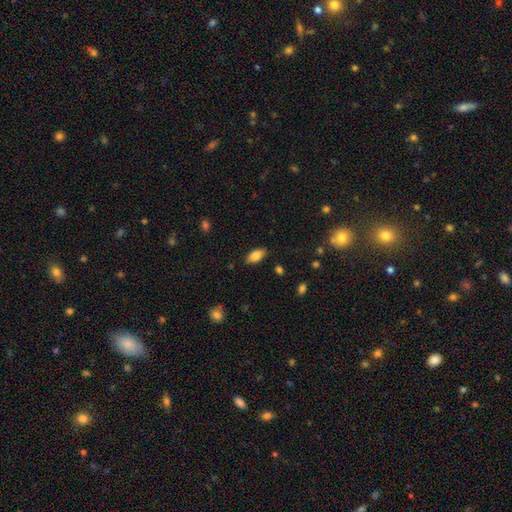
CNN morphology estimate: A smooth galaxy with no disk features (82%) that is in between round and cigar-shaped (91%). Merging: none (86%).